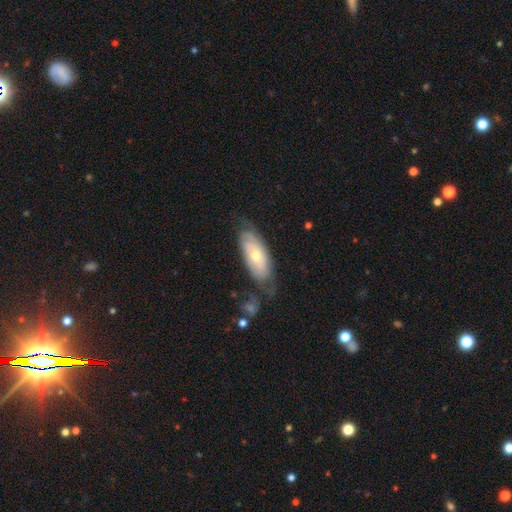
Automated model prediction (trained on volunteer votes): Q: Smooth or featured?
A: featured or disk (60%); runner-up: smooth (34%)
Q: Edge-on disk?
A: no (85%); runner-up: yes (15%)
Q: Bar?
A: no (79%); runner-up: weak (17%)
Q: Spiral arms?
A: yes (71%); runner-up: no (29%)
Q: Bulge size?
A: moderate (62%); runner-up: small (33%)
Q: Merging?
A: none (58%); runner-up: minor disturbance (26%)